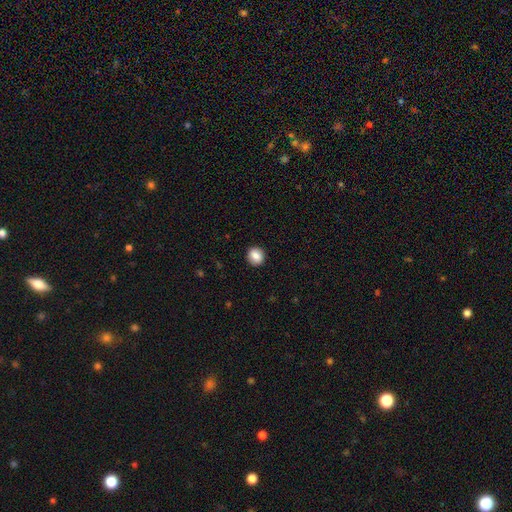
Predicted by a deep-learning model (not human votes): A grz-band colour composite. It shows a smooth galaxy with no disk features (86%) that is round (80%). Merging: none (91%).